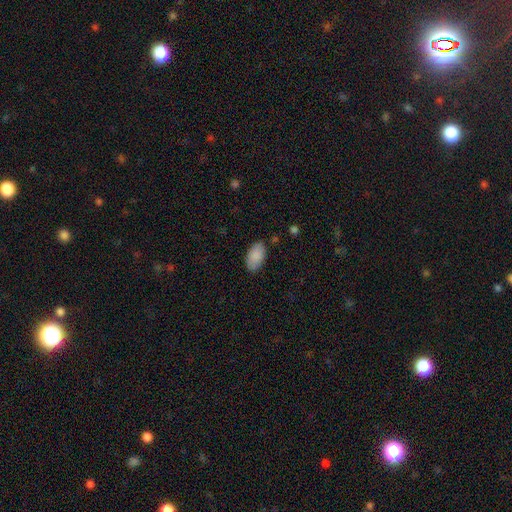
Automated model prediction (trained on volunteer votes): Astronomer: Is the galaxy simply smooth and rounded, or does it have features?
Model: smooth — 88%.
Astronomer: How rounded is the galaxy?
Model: in between — 94%.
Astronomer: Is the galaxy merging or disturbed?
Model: none — 82%.